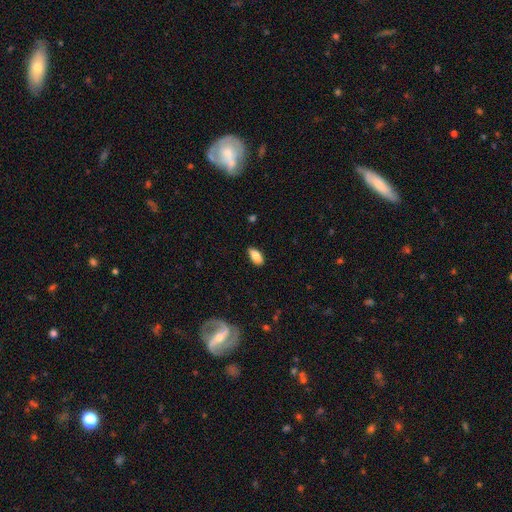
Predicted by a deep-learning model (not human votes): A smooth galaxy with no disk features (81%) that is in between round and cigar-shaped (89%).

Vote fractions:
- Smooth or featured? smooth: 81% / featured or disk: 12% / star or artifact: 7%
- How rounded? in between: 89% / cigar-shaped: 9% / round: 3%
- Merging? none: 85% / minor disturbance: 12% / major disturbance: 2% / merger: 1%